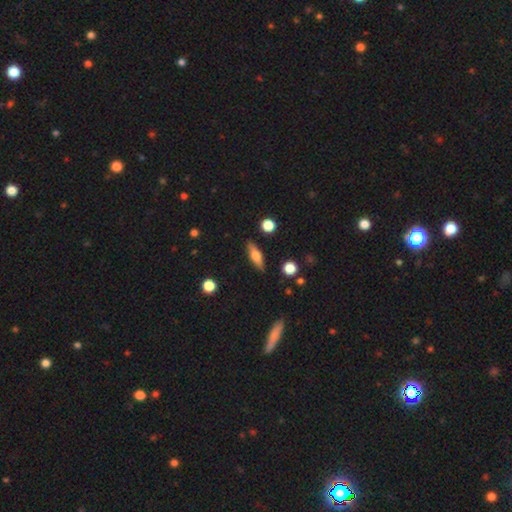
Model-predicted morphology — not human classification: smooth 57%, featured or disk 36%, star or artifact 7%. Down the decision tree: how rounded — cigar-shaped (52%); merging — none (86%).